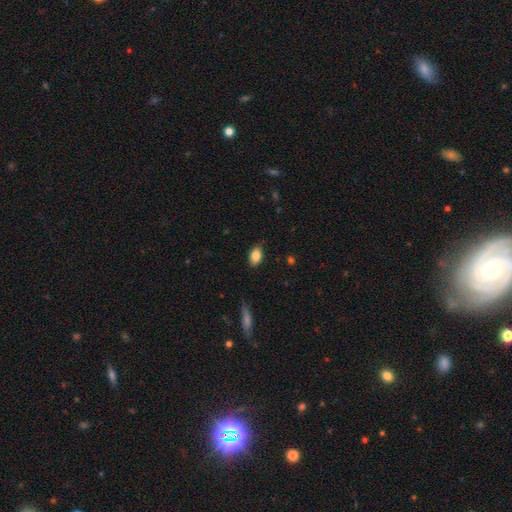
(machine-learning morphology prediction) Q: Smooth or featured?
A: smooth (84%); runner-up: star or artifact (8%)
Q: How rounded?
A: in between (88%); runner-up: round (10%)
Q: Merging?
A: none (85%); runner-up: minor disturbance (12%)